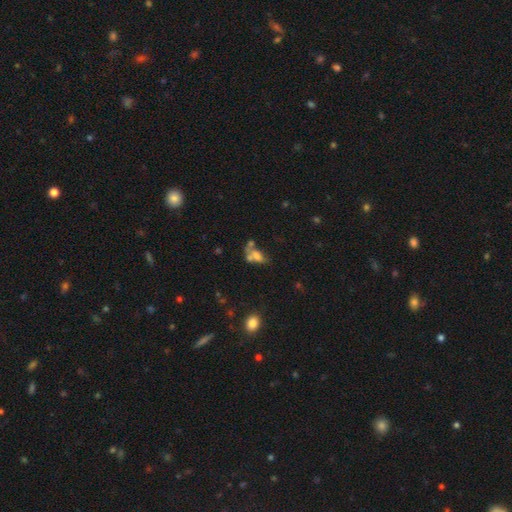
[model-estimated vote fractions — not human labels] This is possibly a smooth galaxy (55%). How rounded: clearly in between (80%). Merging: possibly merger (46%).